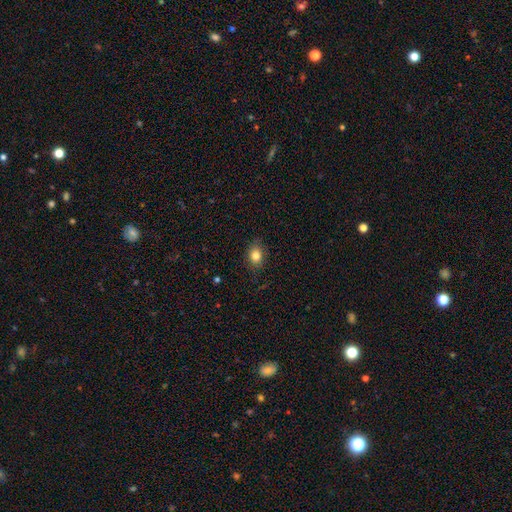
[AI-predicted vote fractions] smooth 83%, star or artifact 10%, featured or disk 7%. Down the decision tree: how rounded — in between (62%); merging — none (82%).